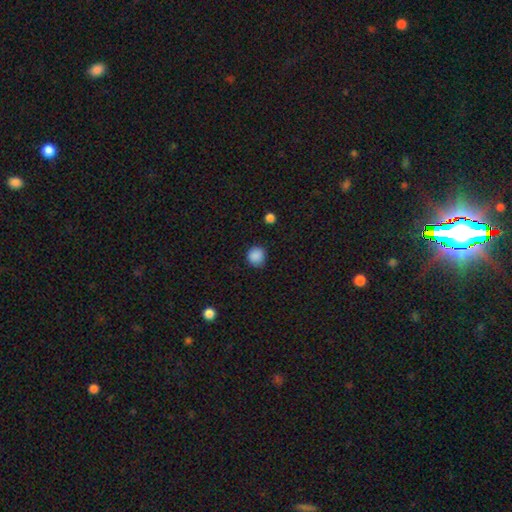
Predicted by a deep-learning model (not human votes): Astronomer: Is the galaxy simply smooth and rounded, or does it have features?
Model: smooth — 88%.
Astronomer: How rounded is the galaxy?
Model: round — 91%.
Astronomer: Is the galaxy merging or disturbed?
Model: none — 85%.